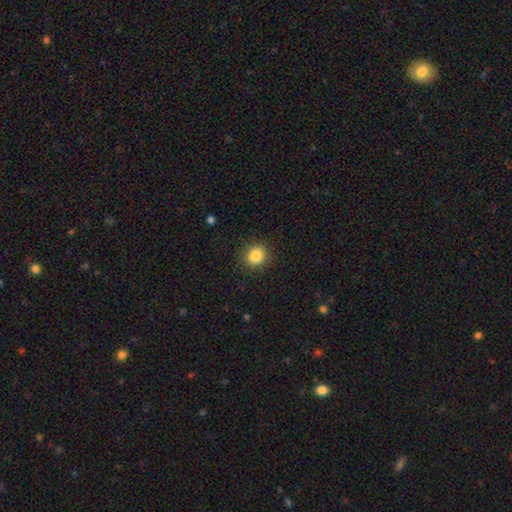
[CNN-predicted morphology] This appears to be a smooth galaxy with no disk features (85%) that is round (88%). Merging: none (89%).